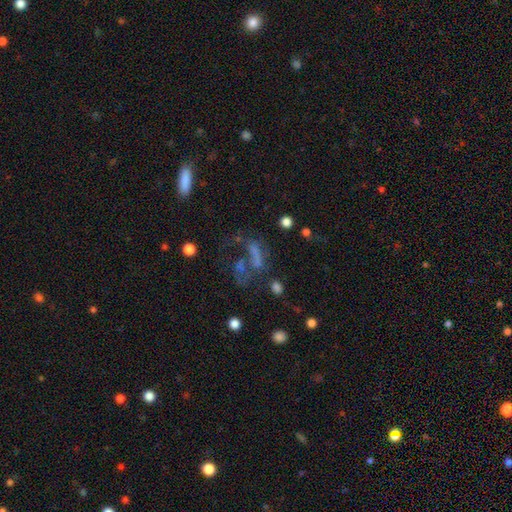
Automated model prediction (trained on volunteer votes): Overall: smooth (38%; featured or disk 34%). Merging: major disturbance (35%; none 31%).